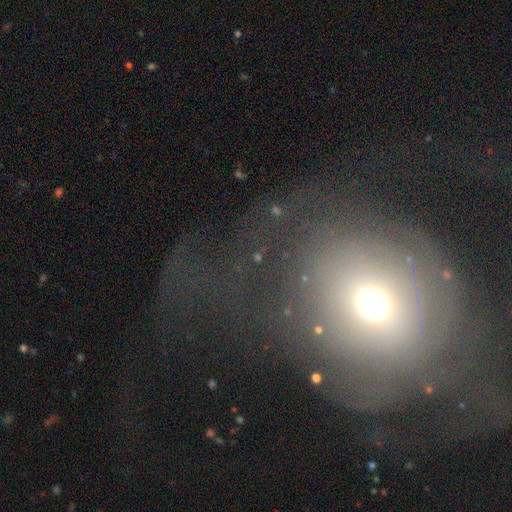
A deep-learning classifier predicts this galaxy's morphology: smooth 49%, featured or disk 30%, star or artifact 21%. Down the decision tree: merging — major disturbance (43%).